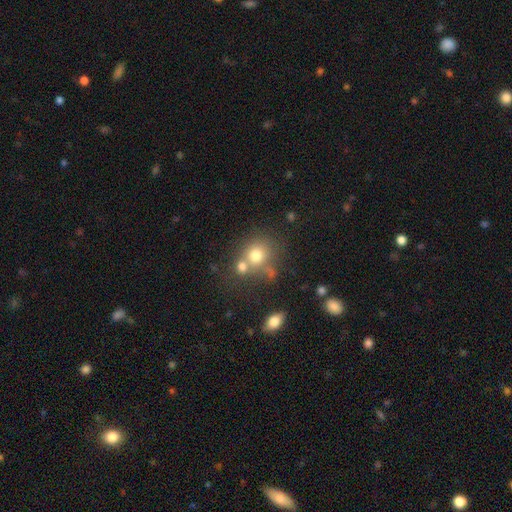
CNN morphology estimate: Smooth or featured?
  - smooth: 73% *
  - featured or disk: 14%
  - star or artifact: 13%
How rounded?
  - round: 81% *
  - in between: 18%
  - cigar-shaped: 1%
Merging?
  - none: 48% *
  - merger: 37%
  - minor disturbance: 10%
  - major disturbance: 5%